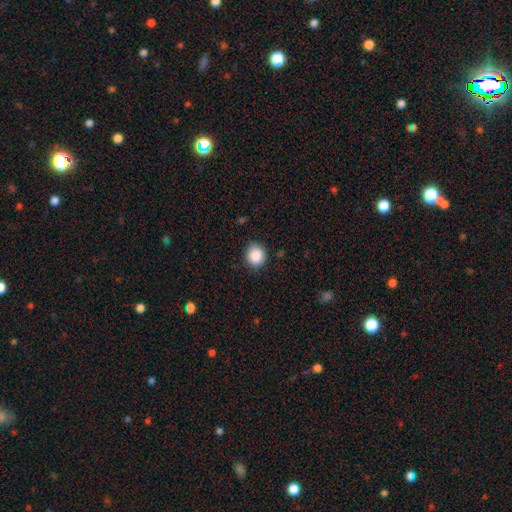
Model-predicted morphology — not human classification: smooth_or_featured: smooth (p=0.87) [alt: star or artifact p=0.09]
how_rounded: round (p=0.82) [alt: in between p=0.17]
merging: none (p=0.85) [alt: minor disturbance p=0.11]